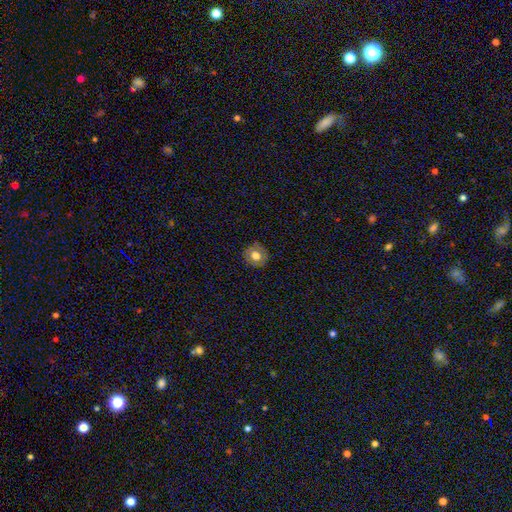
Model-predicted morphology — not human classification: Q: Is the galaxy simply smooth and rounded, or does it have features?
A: smooth — 72%.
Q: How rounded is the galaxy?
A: round — 87%.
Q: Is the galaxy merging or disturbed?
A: none — 87%.